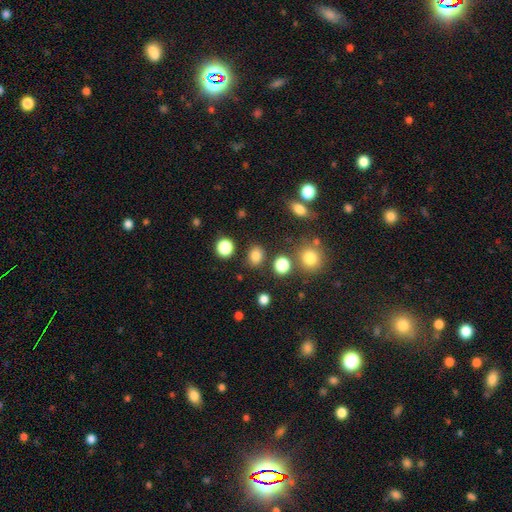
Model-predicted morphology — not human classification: smooth 81%, star or artifact 14%, featured or disk 5%. Down the decision tree: how rounded — round (57%); merging — none (83%).